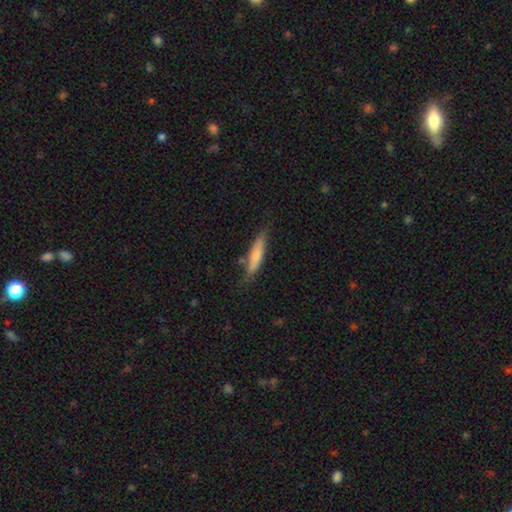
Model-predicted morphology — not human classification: smooth 69%, featured or disk 25%, star or artifact 6%. Down the decision tree: how rounded — cigar-shaped (82%); merging — none (70%).